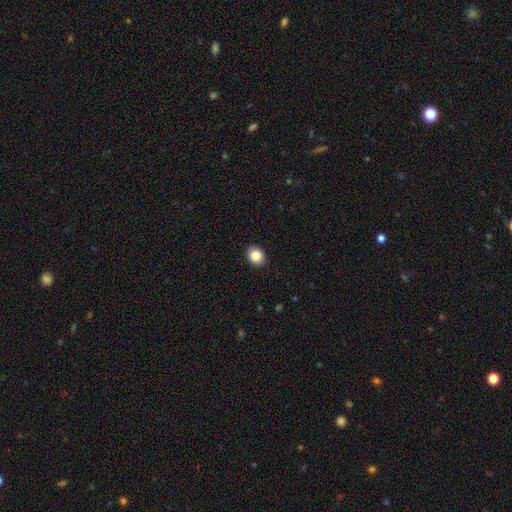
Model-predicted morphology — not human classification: A smooth galaxy with no disk features (85%) that is round (55%). Merging: none (92%).